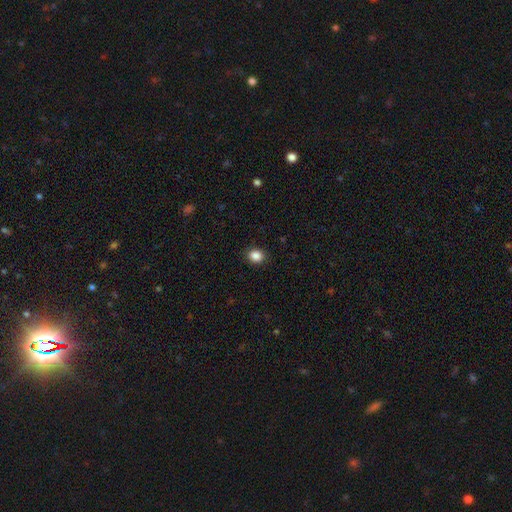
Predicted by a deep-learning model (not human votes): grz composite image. It shows a smooth galaxy with no disk features (86%) that is round (66%). Merging: none (91%).